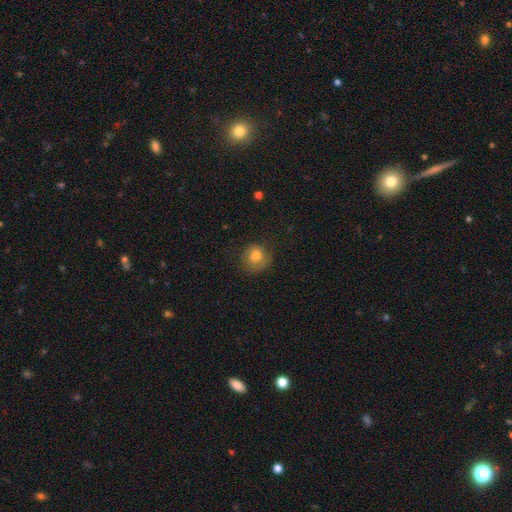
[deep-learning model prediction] Smooth or featured?
  - smooth: 79% *
  - featured or disk: 11%
  - star or artifact: 10%
How rounded?
  - round: 84% *
  - in between: 15%
  - cigar-shaped: 1%
Merging?
  - none: 69% *
  - minor disturbance: 21%
  - major disturbance: 9%
  - merger: 1%